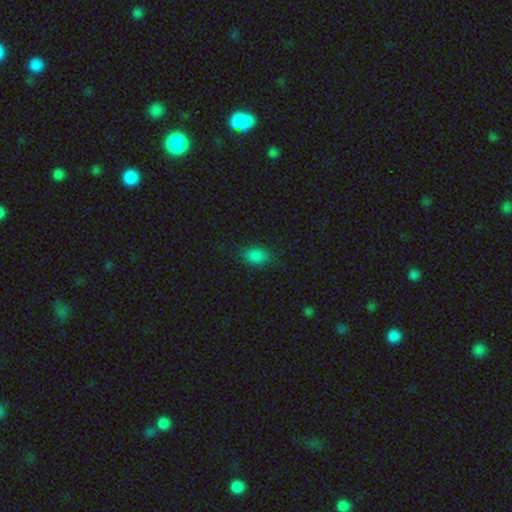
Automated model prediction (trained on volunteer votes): The model was most divided on "how rounded": in between: 83%, round: 15%, cigar-shaped: 2%. More confident: smooth or featured — smooth (84%); merging — none (83%).